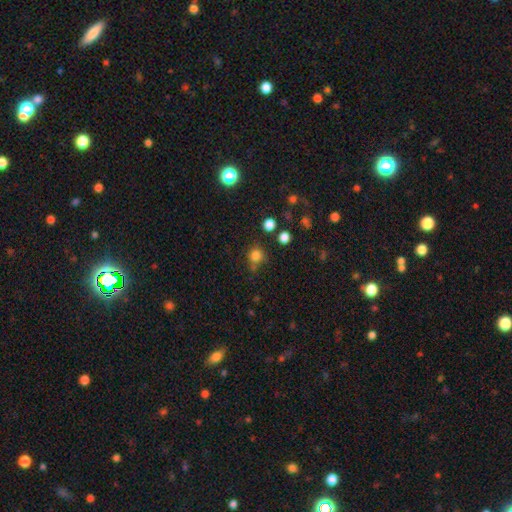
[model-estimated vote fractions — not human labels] Smooth or featured? Predicted: smooth (p=0.79). How rounded? Predicted: round (p=0.87). Merging? Predicted: none (p=0.69).